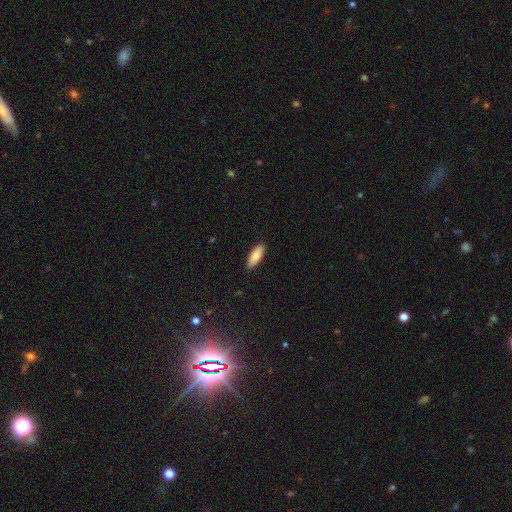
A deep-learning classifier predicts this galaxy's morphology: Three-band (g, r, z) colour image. It shows a smooth galaxy with no disk features (86%) that is in between round and cigar-shaped (69%). Merging: none (89%).